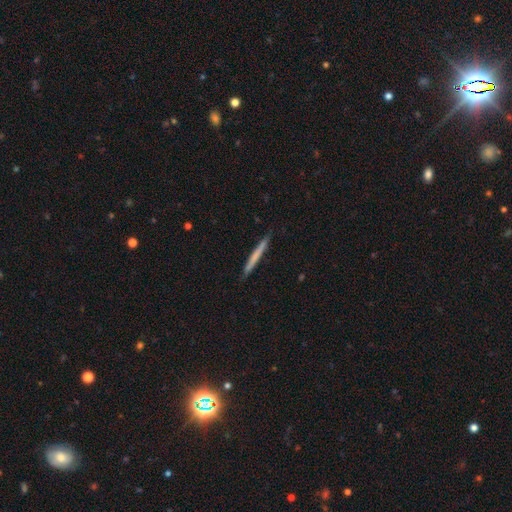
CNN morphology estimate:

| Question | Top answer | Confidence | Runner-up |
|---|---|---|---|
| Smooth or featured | smooth | 62% | featured or disk (33%) |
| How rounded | cigar-shaped | 97% | in between (2%) |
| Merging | none | 89% | minor disturbance (8%) |